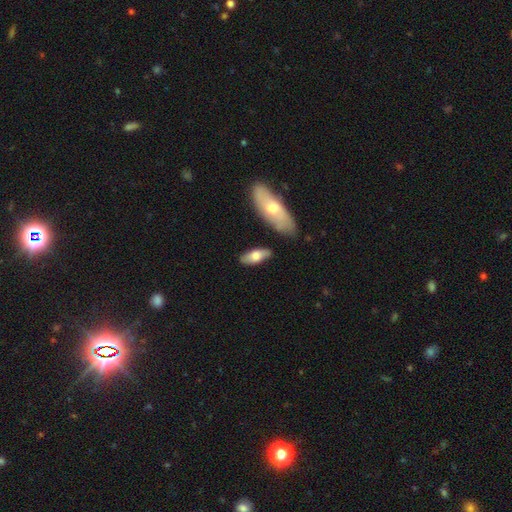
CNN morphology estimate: smooth-or-featured: smooth: 67% | featured or disk: 28% | star or artifact: 5%
  how-rounded: in between: 72% | cigar-shaped: 26% | round: 3%
  merging: none: 76% | minor disturbance: 16% | merger: 5% | major disturbance: 3%